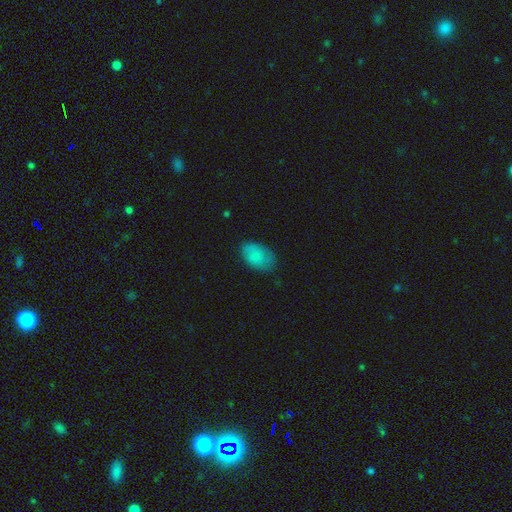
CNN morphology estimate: Q: Smooth or featured?
A: smooth (82%); runner-up: featured or disk (11%)
Q: How rounded?
A: in between (90%); runner-up: round (9%)
Q: Merging?
A: none (71%); runner-up: minor disturbance (22%)